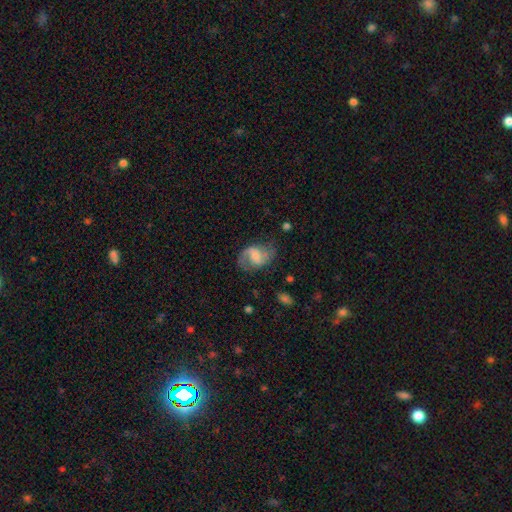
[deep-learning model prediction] A featured or disk galaxy (69%) with a weak bar (51%), 2 (82%) loose (44%) spiral arms (90%) and a small central bulge (37%).

Vote fractions:
- Smooth or featured? featured or disk: 69% / smooth: 24% / star or artifact: 7%
- Edge-on disk? no: 97% / yes: 3%
- Bar? weak: 51% / no: 32% / strong: 17%
- Spiral arms? yes: 90% / no: 10%
- Spiral winding? loose: 44% / medium: 43% / tight: 12%
- Spiral arm count? 2: 82% / 1: 9% / can't tell: 6% / 3: 1% / 4: 1% / more than 4: 1%
- Bulge size? small: 37% / moderate: 35% / none: 18% / large: 8% / dominant: 2%
- Merging? none: 62% / minor disturbance: 22% / major disturbance: 14% / merger: 2%